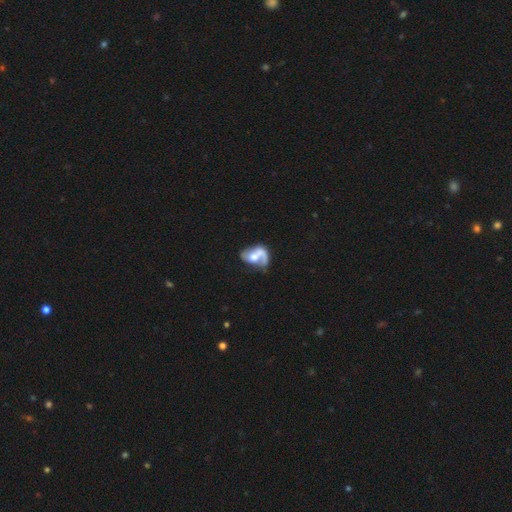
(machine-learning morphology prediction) This is likely a featured or disk galaxy (68%). It is clearly not viewed edge-on (97%). Bar: likely no (63%). Spiral arm pattern: likely yes (78%). Spiral arm count: possibly 1 (52%). Spiral winding: possibly loose (55%). Central bulge: possibly moderate (52%). Merging: marginally none (30%).